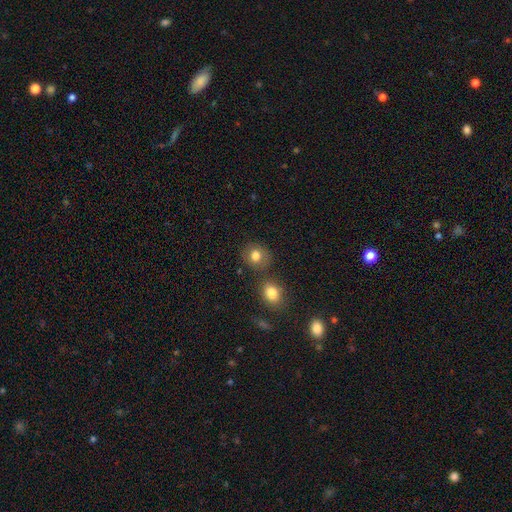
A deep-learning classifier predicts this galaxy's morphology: Overall: smooth (80%). How rounded: round (73%). Merging: none (75%).